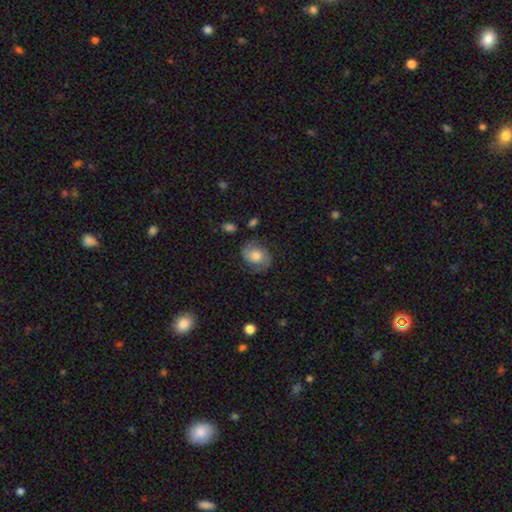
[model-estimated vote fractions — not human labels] Morphology: type=featured or disk (60%); edge-on=no (97%); bar=no (71%); spiral arms=yes (90%); winding=medium (48%); arm count=2 (89%); bulge=moderate (57%); merging=none (73%).